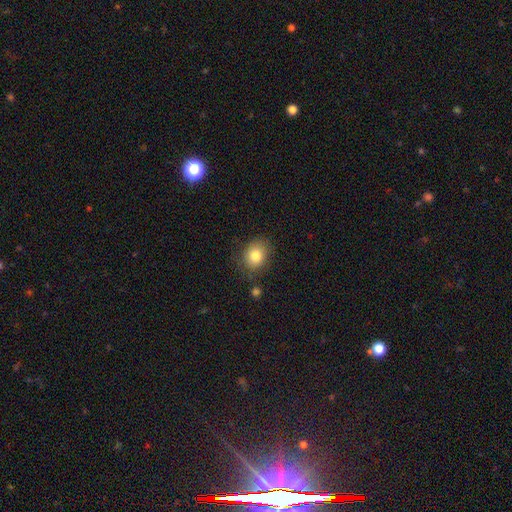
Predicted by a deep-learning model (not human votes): smooth 81%, featured or disk 9%, star or artifact 9%. Down the decision tree: how rounded — round (50%); merging — none (77%).